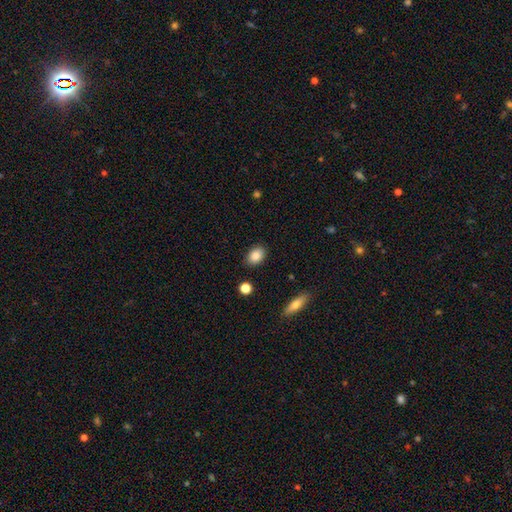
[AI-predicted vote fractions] Smooth or featured?
  - smooth: 86% *
  - star or artifact: 8%
  - featured or disk: 6%
How rounded?
  - in between: 78% *
  - round: 21%
  - cigar-shaped: 2%
Merging?
  - none: 87% *
  - minor disturbance: 9%
  - major disturbance: 2%
  - merger: 2%